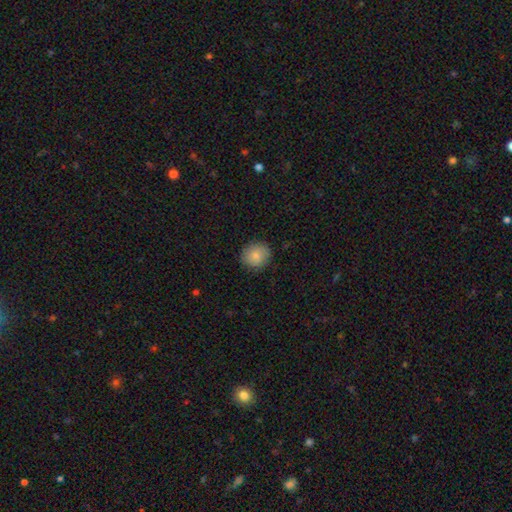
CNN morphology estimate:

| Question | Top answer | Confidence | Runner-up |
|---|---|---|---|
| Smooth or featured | smooth | 83% | featured or disk (10%) |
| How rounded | round | 85% | in between (14%) |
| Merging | none | 87% | minor disturbance (10%) |